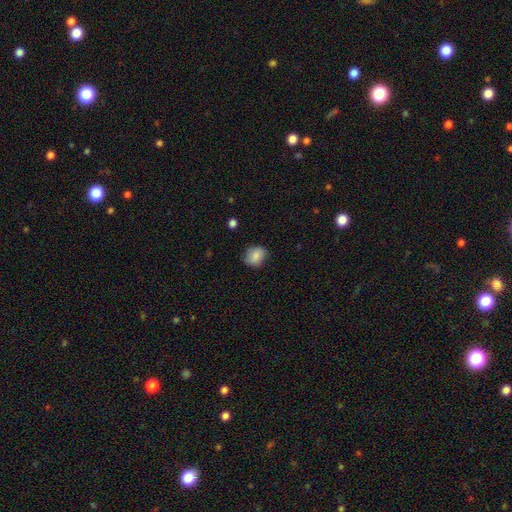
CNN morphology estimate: A smooth galaxy with no disk features (83%) that is round (50%). Merging: none (76%).